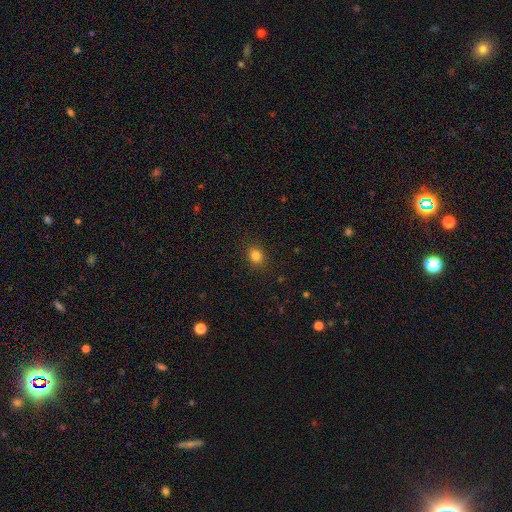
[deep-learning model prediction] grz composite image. It shows a smooth galaxy with no disk features (83%) that is round (70%). Merging: none (89%).